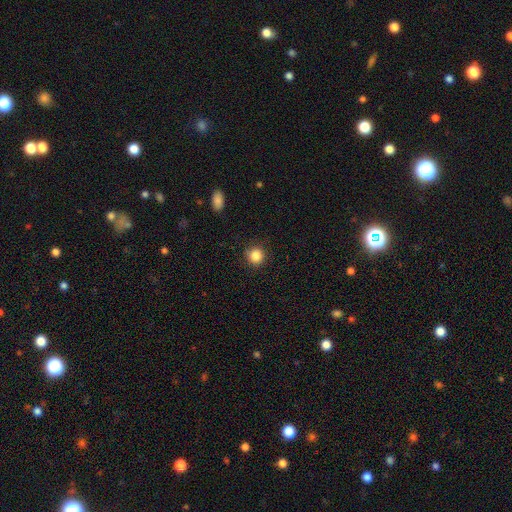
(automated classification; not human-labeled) The model was most divided on "smooth or featured": smooth: 85%, star or artifact: 11%, featured or disk: 4%. More confident: how rounded — round (93%); merging — none (89%).